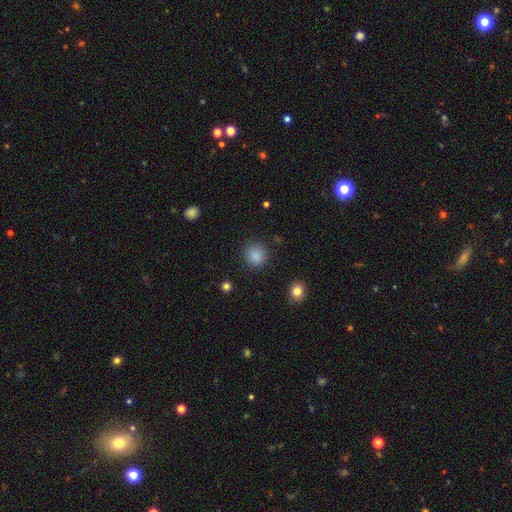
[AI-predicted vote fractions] smooth_or_featured: smooth (p=0.86) [alt: star or artifact p=0.10]
how_rounded: round (p=0.92) [alt: in between p=0.07]
merging: none (p=0.88) [alt: minor disturbance p=0.07]